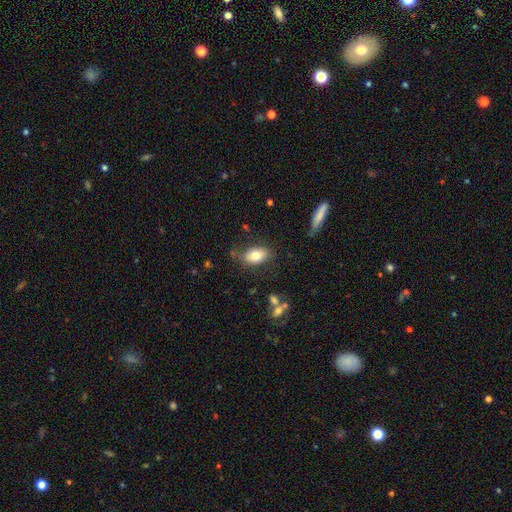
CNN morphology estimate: This appears to be a smooth galaxy with no disk features (78%) that is in between round and cigar-shaped (90%). Merging: none (78%).